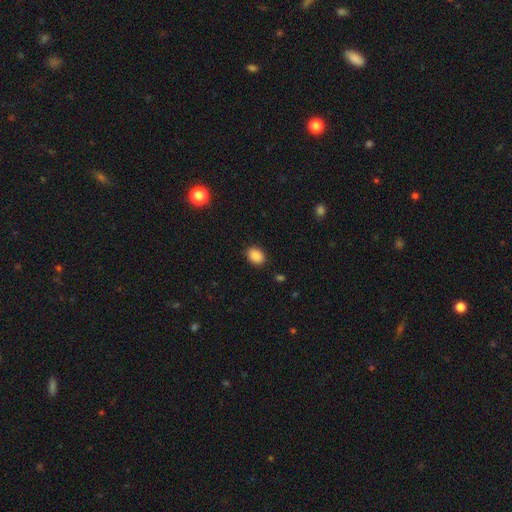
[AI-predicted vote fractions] A smooth galaxy with no disk features (88%) that is in between round and cigar-shaped (69%). Merging: none (88%).